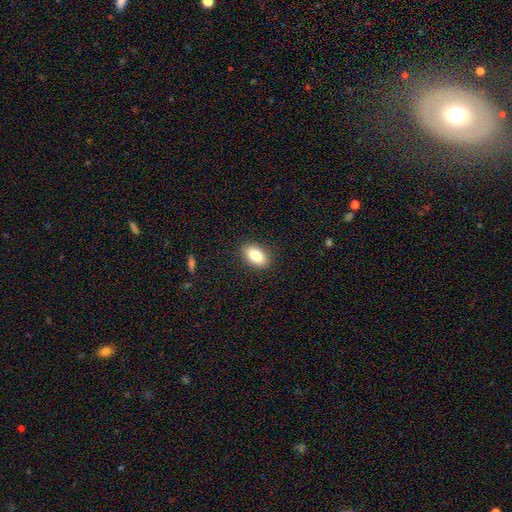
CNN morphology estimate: Q: Smooth or featured?
A: smooth (82%); runner-up: featured or disk (10%)
Q: How rounded?
A: in between (91%); runner-up: round (7%)
Q: Merging?
A: none (89%); runner-up: minor disturbance (8%)